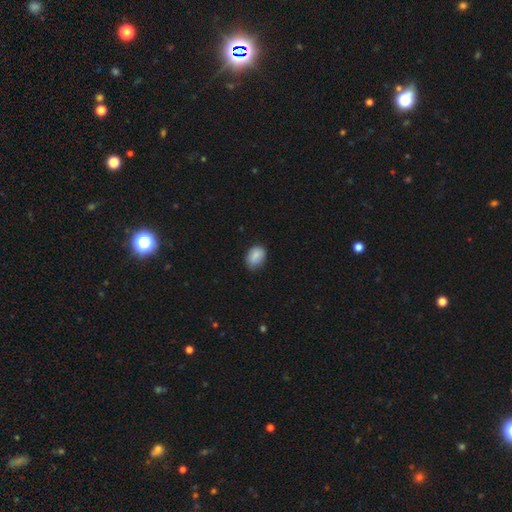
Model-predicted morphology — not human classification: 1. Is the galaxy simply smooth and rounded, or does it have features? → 84% smooth, 8% featured or disk, 7% star or artifact.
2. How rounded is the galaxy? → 72% in between, 27% round, 1% cigar-shaped.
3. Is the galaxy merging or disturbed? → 72% none, 23% minor disturbance, 4% major disturbance, 1% merger.